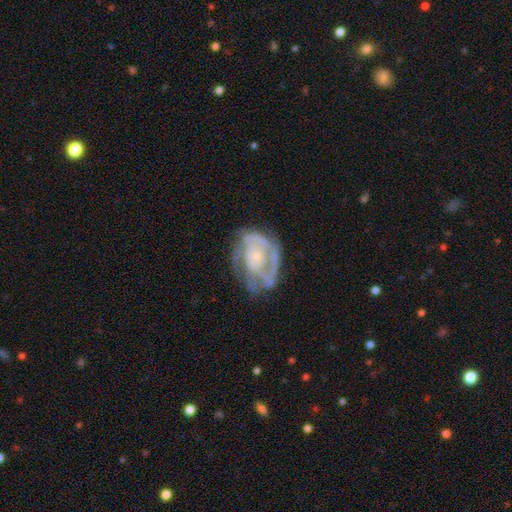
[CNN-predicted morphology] Smooth or featured? featured or disk (80%)
Edge-on disk? no (97%)
Bar? no (73%)
Spiral arms? yes (84%)
Spiral winding? tight (59%)
Spiral arm count? 2 (35%)
Bulge size? small (61%)
Merging? none (56%)